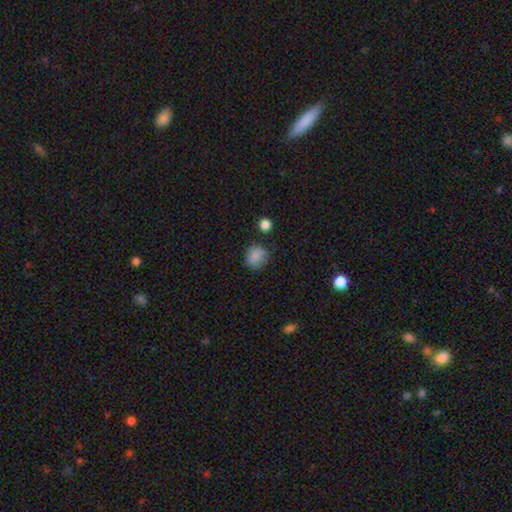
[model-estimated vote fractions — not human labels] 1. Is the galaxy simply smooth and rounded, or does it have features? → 80% smooth, 10% star or artifact, 9% featured or disk.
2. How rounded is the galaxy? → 74% round, 25% in between, 1% cigar-shaped.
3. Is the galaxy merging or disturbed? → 69% none, 21% minor disturbance, 6% major disturbance, 3% merger.